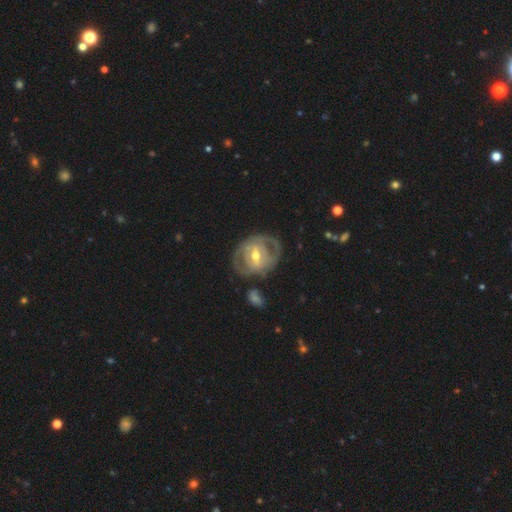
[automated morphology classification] Q: Smooth or featured?
A: featured or disk (77%); runner-up: smooth (18%)
Q: Edge-on disk?
A: no (95%); runner-up: yes (5%)
Q: Bar?
A: weak (42%); runner-up: strong (36%)
Q: Spiral arms?
A: yes (65%); runner-up: no (35%)
Q: Bulge size?
A: moderate (68%); runner-up: small (26%)
Q: Merging?
A: none (66%); runner-up: minor disturbance (18%)